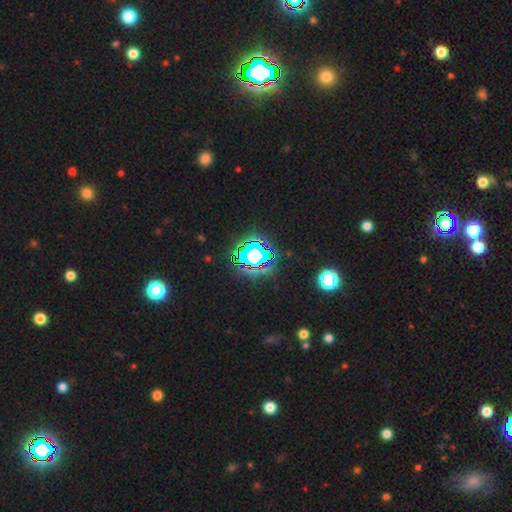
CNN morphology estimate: Smooth or featured? star or artifact (70%)